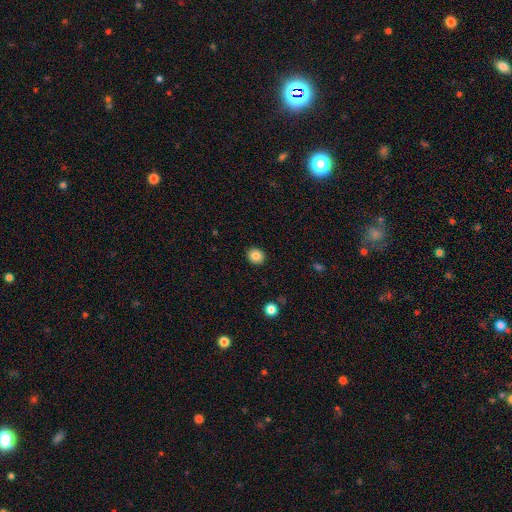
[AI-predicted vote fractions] Overall: smooth (86%). How rounded: round (75%). Merging: none (91%).